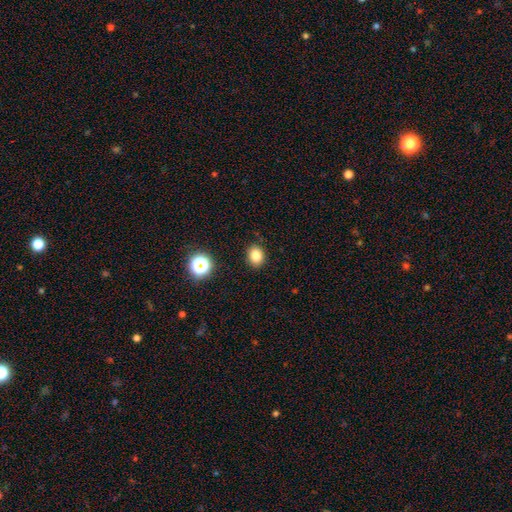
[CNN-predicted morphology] This appears to be a smooth galaxy with no disk features (80%) that is round (53%). Merging: none (87%).